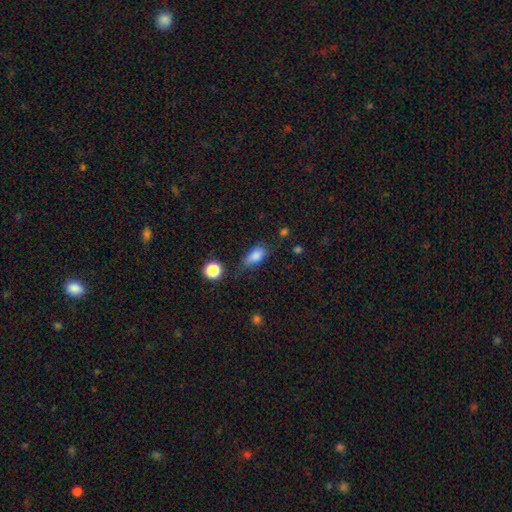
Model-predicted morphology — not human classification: The model was most divided on "merging": none: 53%, minor disturbance: 32%, major disturbance: 11%, merger: 5%. More confident: how rounded — in between (83%); smooth or featured — smooth (82%).